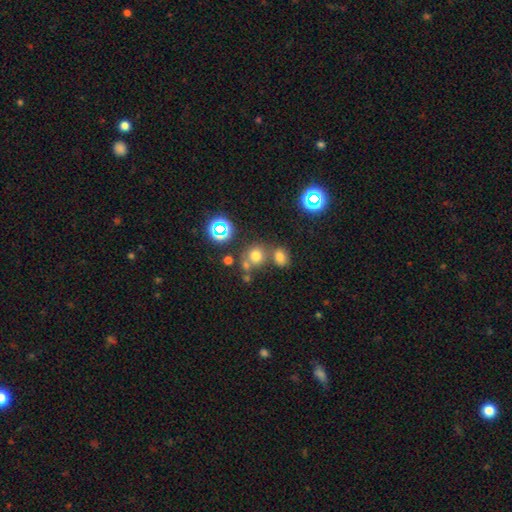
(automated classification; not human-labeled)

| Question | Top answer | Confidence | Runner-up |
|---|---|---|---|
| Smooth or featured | smooth | 66% | star or artifact (24%) |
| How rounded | round | 79% | in between (20%) |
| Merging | none | 55% | merger (30%) |